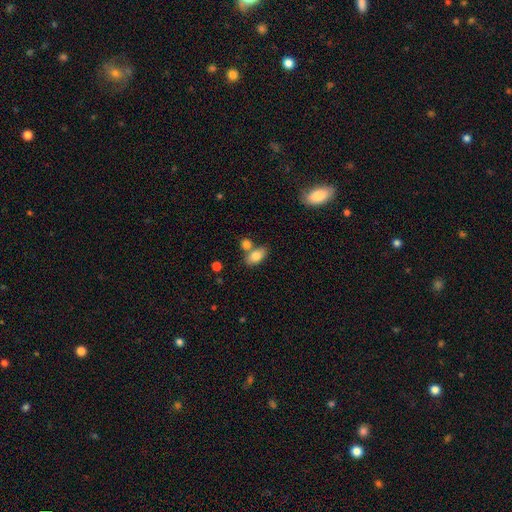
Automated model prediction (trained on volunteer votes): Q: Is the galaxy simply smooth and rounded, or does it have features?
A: smooth — 80%.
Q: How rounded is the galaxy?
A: in between — 88%.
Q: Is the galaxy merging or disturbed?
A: none — 58%.